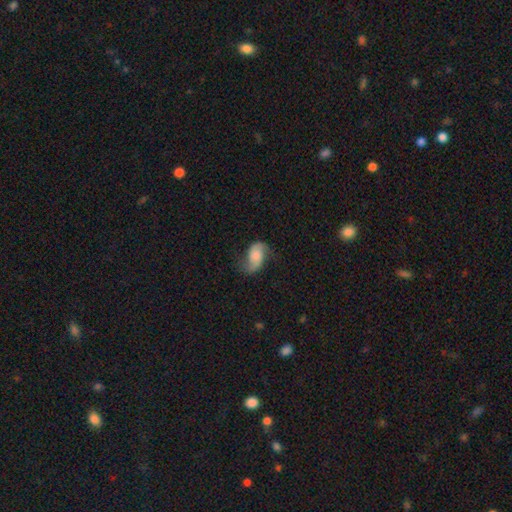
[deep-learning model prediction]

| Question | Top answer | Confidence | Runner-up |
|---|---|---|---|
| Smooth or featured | featured or disk | 65% | smooth (27%) |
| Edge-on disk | no | 97% | yes (3%) |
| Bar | no | 64% | weak (28%) |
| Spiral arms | yes | 94% | no (6%) |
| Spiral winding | loose | 65% | medium (26%) |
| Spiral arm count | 2 | 90% | 1 (4%) |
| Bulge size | none | 34% | large (22%) |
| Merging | none | 66% | minor disturbance (21%) |